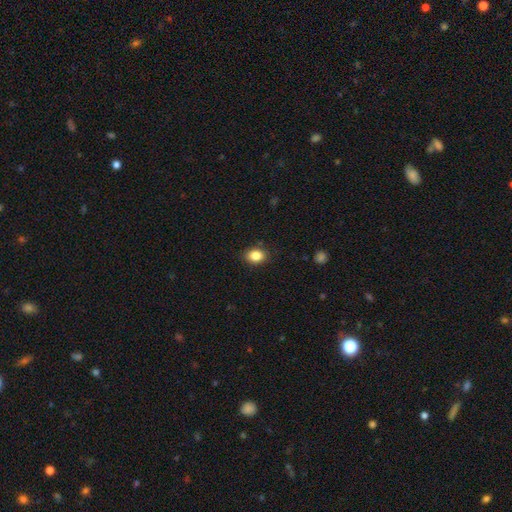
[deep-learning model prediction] Smooth or featured? smooth (85%)
How rounded? in between (66%)
Merging? none (86%)